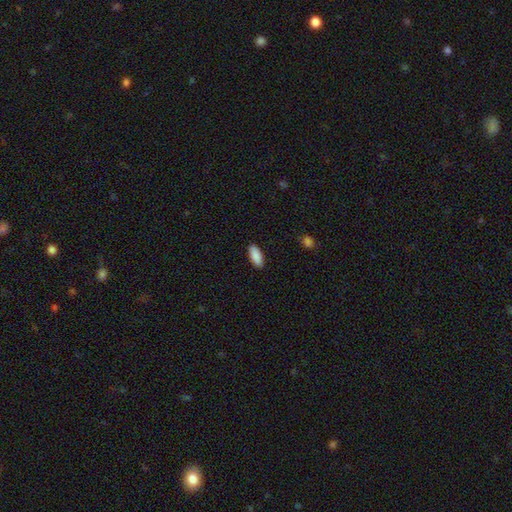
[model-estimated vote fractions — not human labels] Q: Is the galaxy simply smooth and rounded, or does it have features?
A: smooth — 90%.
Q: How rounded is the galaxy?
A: in between — 84%.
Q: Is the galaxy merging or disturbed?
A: none — 90%.